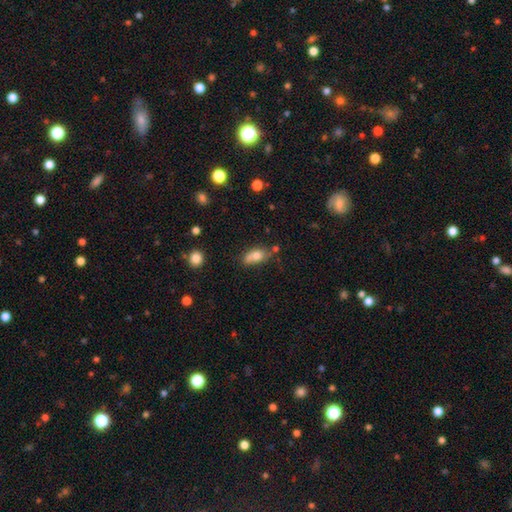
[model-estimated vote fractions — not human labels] smooth_or_featured: smooth (p=0.75) [alt: featured or disk p=0.15]
how_rounded: in between (p=0.84) [alt: round p=0.08]
merging: none (p=0.52) [alt: minor disturbance p=0.27]